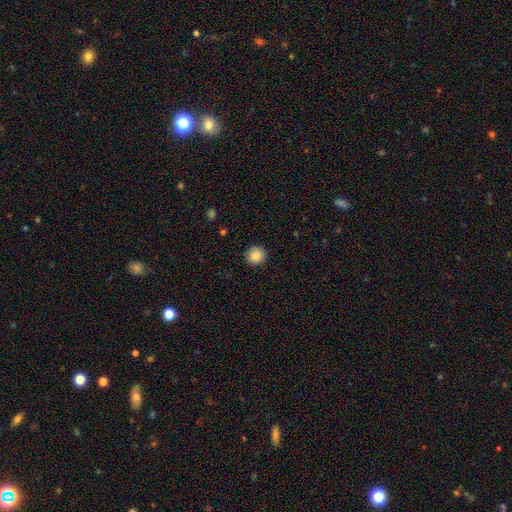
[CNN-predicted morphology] This is clearly a smooth galaxy (86%). How rounded: clearly round (92%). Merging: clearly none (90%).